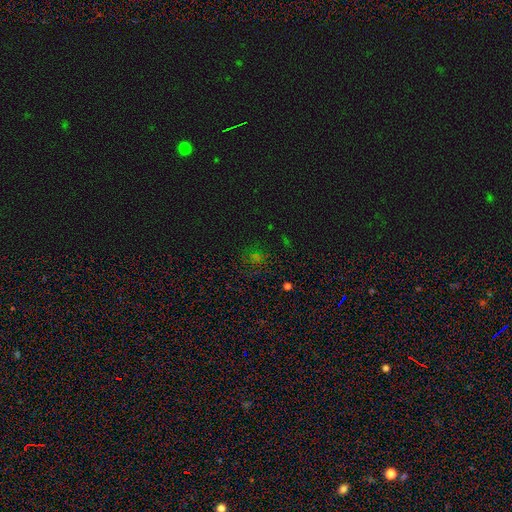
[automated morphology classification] smooth-or-featured: star or artifact: 52% | smooth: 35% | featured or disk: 13%